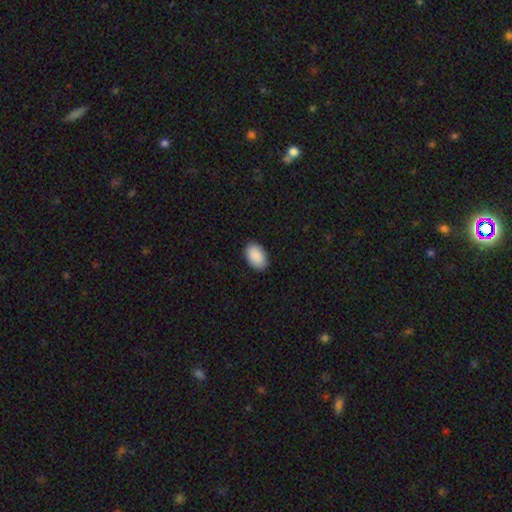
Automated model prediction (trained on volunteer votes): Q: Smooth or featured?
A: smooth (91%); runner-up: star or artifact (6%)
Q: How rounded?
A: in between (92%); runner-up: round (7%)
Q: Merging?
A: none (90%); runner-up: minor disturbance (8%)